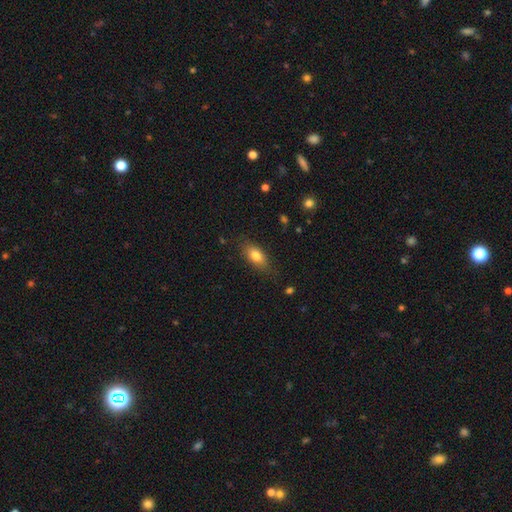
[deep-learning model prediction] Smooth or featured? Predicted: smooth (p=0.80). How rounded? Predicted: in between (p=0.84). Merging? Predicted: none (p=0.79).